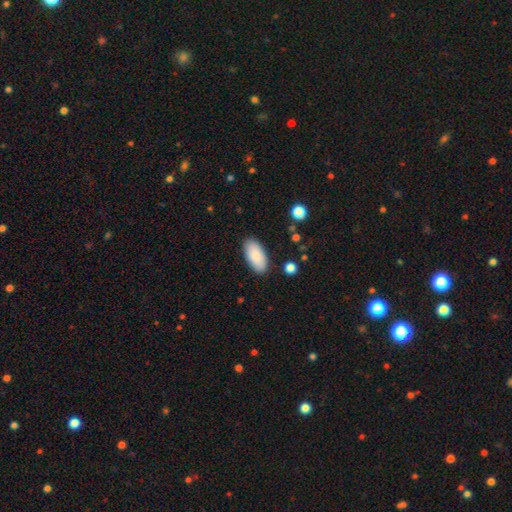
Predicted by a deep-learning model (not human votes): Morphology: type=smooth (86%); roundness=in between (93%); merging=none (87%).